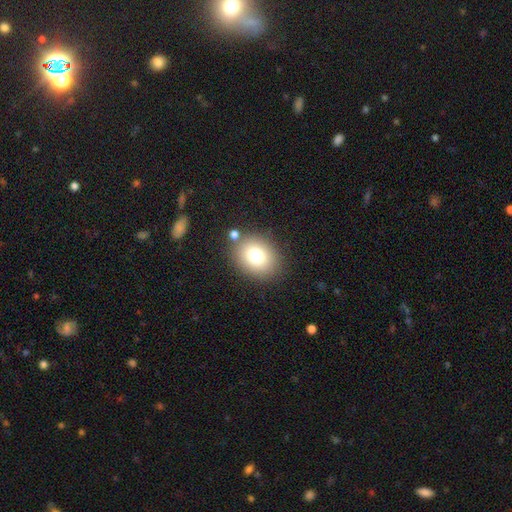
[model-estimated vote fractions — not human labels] Smooth or featured?
  - smooth: 77% *
  - star or artifact: 12%
  - featured or disk: 11%
How rounded?
  - round: 54% *
  - in between: 45%
  - cigar-shaped: 1%
Merging?
  - none: 81% *
  - minor disturbance: 10%
  - merger: 6%
  - major disturbance: 3%